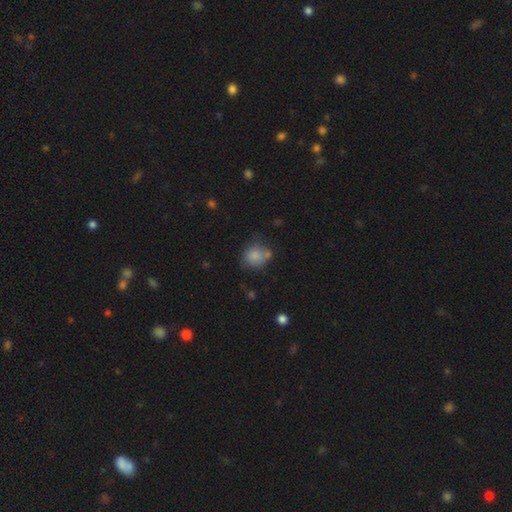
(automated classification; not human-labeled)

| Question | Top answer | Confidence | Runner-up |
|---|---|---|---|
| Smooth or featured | smooth | 81% | star or artifact (10%) |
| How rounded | round | 77% | in between (22%) |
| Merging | none | 54% | minor disturbance (22%) |